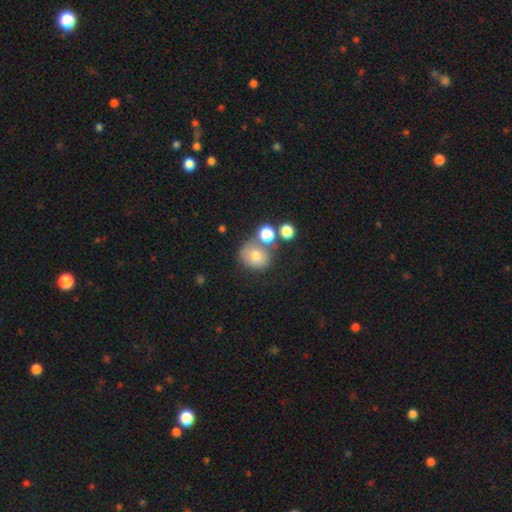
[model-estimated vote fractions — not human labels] Q: Smooth or featured?
A: smooth (72%); runner-up: featured or disk (17%)
Q: How rounded?
A: round (76%); runner-up: in between (24%)
Q: Merging?
A: none (53%); runner-up: merger (24%)